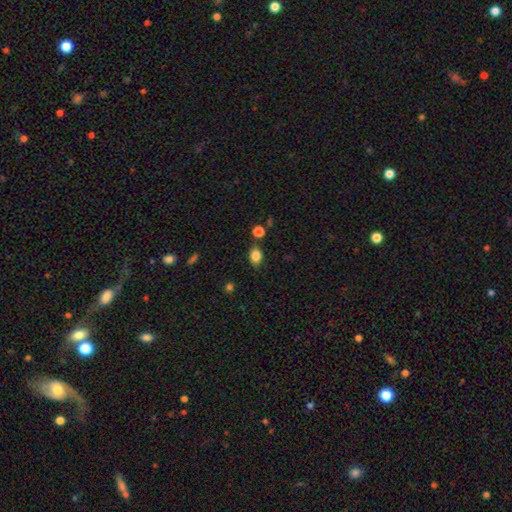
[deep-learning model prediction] A smooth galaxy with no disk features (84%) that is in between round and cigar-shaped (74%).

Vote fractions:
- Smooth or featured? smooth: 84% / star or artifact: 10% / featured or disk: 5%
- How rounded? in between: 74% / round: 25% / cigar-shaped: 1%
- Merging? none: 77% / minor disturbance: 14% / merger: 6% / major disturbance: 3%